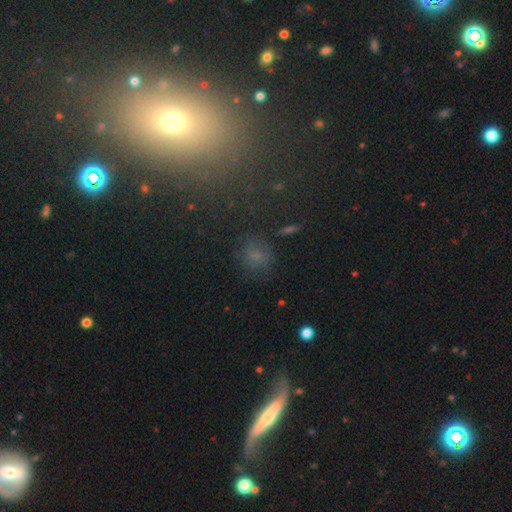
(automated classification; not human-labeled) Smooth or featured?
  - smooth: 58% *
  - star or artifact: 29%
  - featured or disk: 13%
How rounded?
  - round: 75% *
  - in between: 23%
  - cigar-shaped: 2%
Merging?
  - none: 77% *
  - minor disturbance: 15%
  - major disturbance: 6%
  - merger: 3%